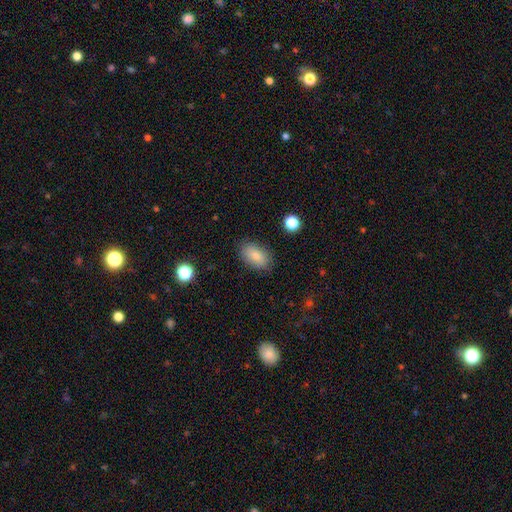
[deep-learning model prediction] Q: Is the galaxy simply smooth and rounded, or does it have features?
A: smooth — 82%.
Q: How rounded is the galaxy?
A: in between — 90%.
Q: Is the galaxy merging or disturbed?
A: none — 83%.